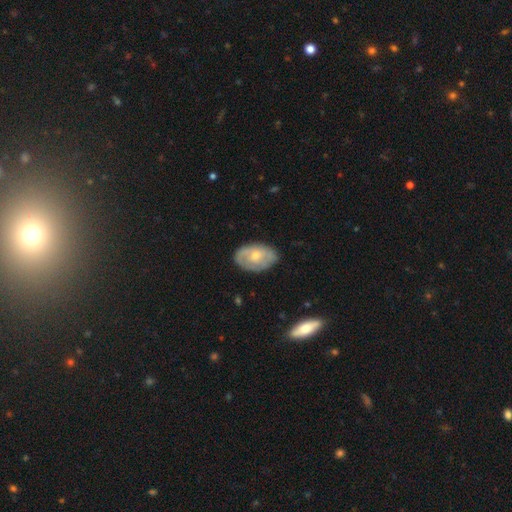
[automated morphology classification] This is possibly a featured or disk galaxy (49%). Merging: likely none (73%).